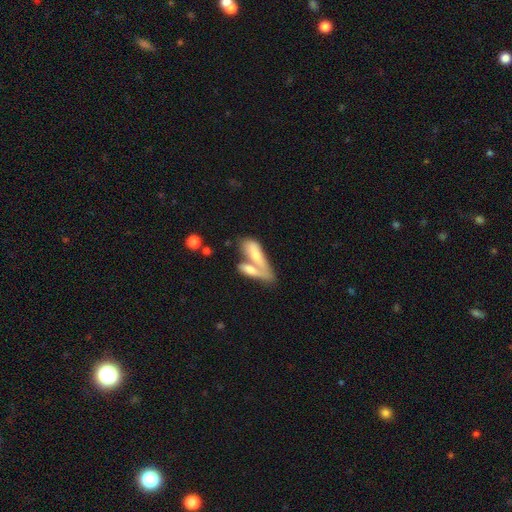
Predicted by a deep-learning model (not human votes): This appears to be a smooth galaxy with no disk features (65%) that is in between round and cigar-shaped (53%). Merging: merger (64%).